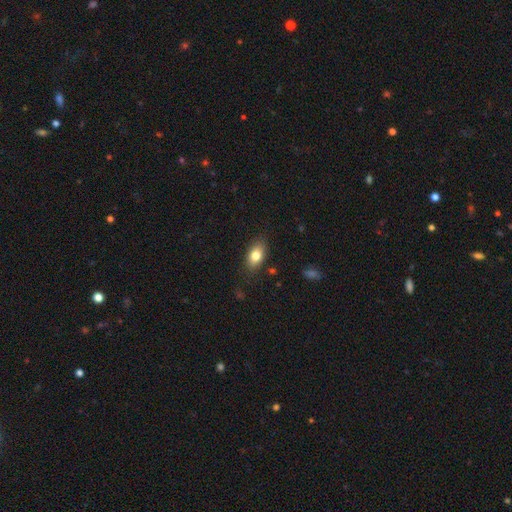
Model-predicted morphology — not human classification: smooth_or_featured: smooth (p=0.79) [alt: featured or disk p=0.13]
how_rounded: in between (p=0.88) [alt: round p=0.07]
merging: none (p=0.84) [alt: minor disturbance p=0.12]